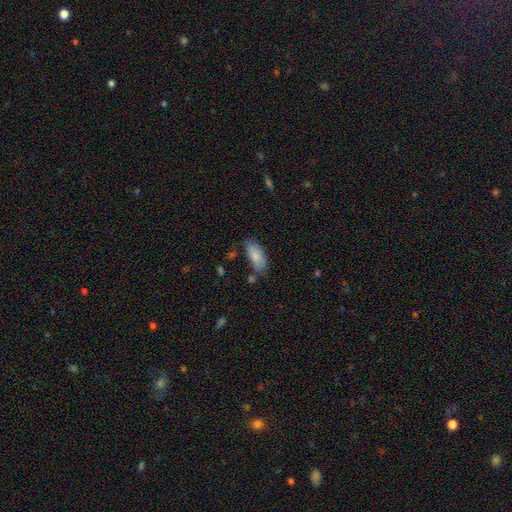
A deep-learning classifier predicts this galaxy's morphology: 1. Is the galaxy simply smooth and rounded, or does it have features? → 84% smooth, 9% featured or disk, 6% star or artifact.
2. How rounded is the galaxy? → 90% in between, 8% cigar-shaped, 2% round.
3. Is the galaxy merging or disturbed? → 65% none, 24% minor disturbance, 6% merger, 6% major disturbance.